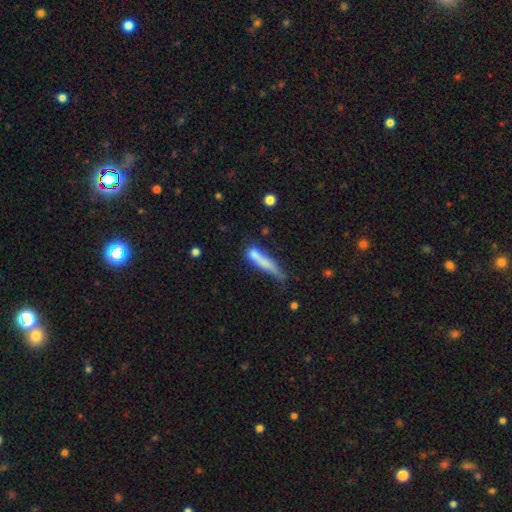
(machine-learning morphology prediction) This appears to be a smooth galaxy with no disk features (64%) that is cigar-shaped (86%). Merging: none (40%).